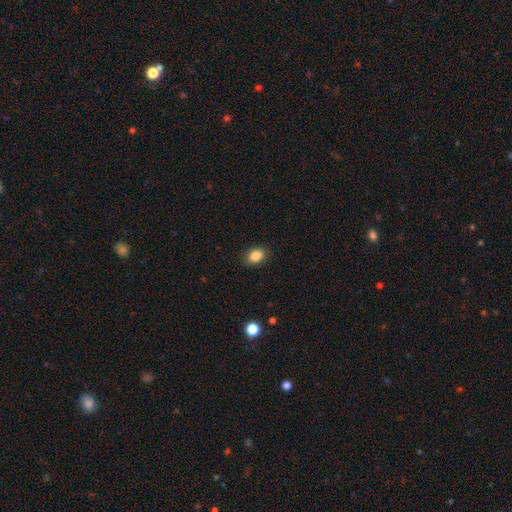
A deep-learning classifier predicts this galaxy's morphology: This is clearly a smooth galaxy (86%). How rounded: likely in between (72%). Merging: clearly none (89%).